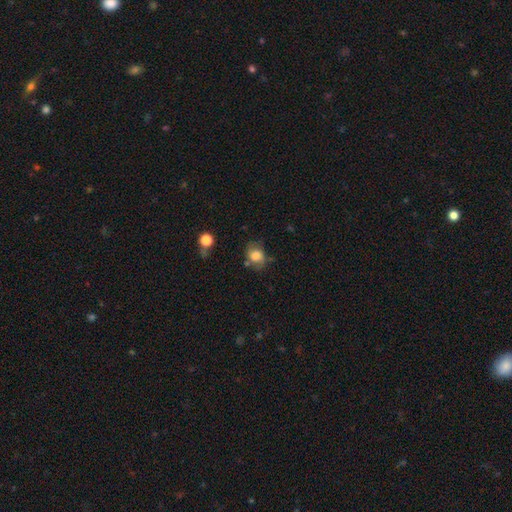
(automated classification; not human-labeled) smooth-or-featured: smooth: 72% | featured or disk: 18% | star or artifact: 9%
  how-rounded: round: 55% | in between: 44% | cigar-shaped: 1%
  merging: none: 55% | minor disturbance: 27% | major disturbance: 13% | merger: 6%